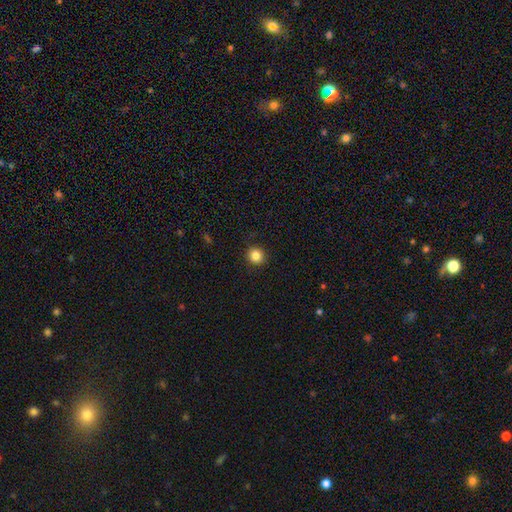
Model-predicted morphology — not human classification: Smooth or featured: smooth — 85% (star or artifact — 11%)
How rounded: round — 91% (in between — 8%)
Merging: none — 91% (minor disturbance — 6%)